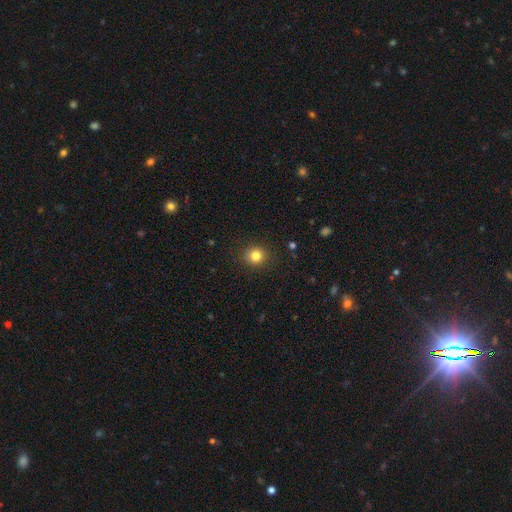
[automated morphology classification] This is clearly a smooth galaxy (82%). How rounded: clearly round (88%). Merging: clearly none (91%).